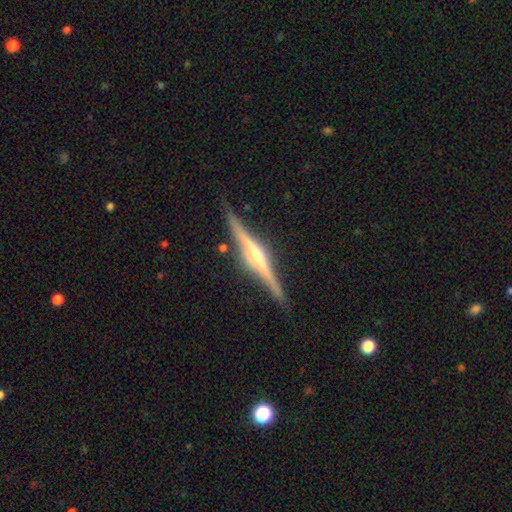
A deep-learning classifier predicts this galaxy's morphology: Smooth or featured?
  - featured or disk: 84% *
  - smooth: 10%
  - star or artifact: 5%
Edge-on disk?
  - yes: 98% *
  - no: 2%
Edge-on bulge?
  - rounded: 83% *
  - boxy: 10%
  - none: 7%
Merging?
  - none: 88% *
  - minor disturbance: 9%
  - major disturbance: 2%
  - merger: 2%